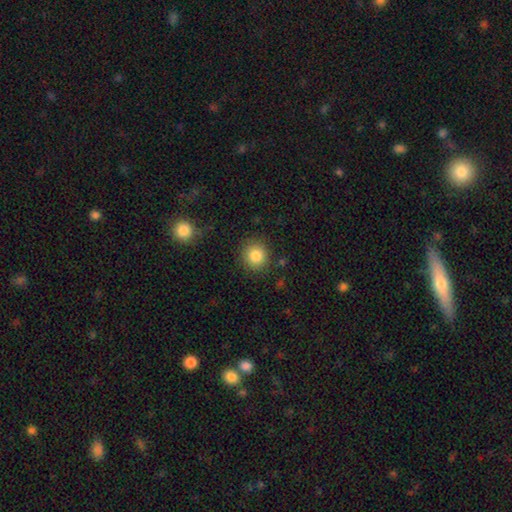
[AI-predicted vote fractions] This is clearly a smooth galaxy (84%). How rounded: clearly round (89%). Merging: clearly none (87%).